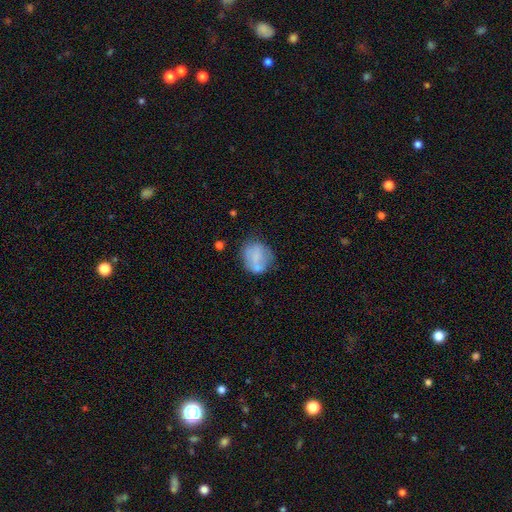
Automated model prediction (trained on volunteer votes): Smooth or featured? smooth (62%)
How rounded? round (69%)
Merging? none (48%)